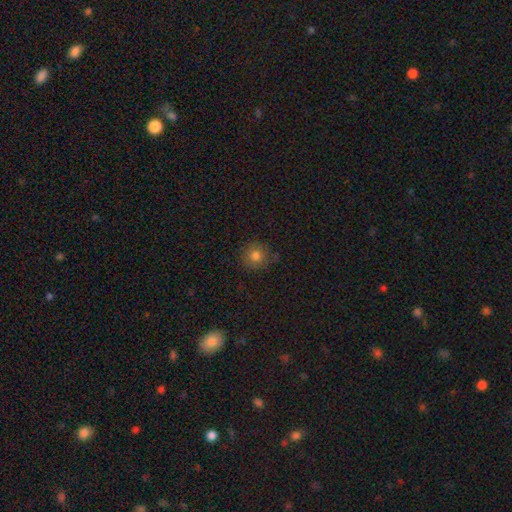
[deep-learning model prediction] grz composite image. It shows a smooth galaxy with no disk features (78%) that is round (91%). Merging: none (79%).